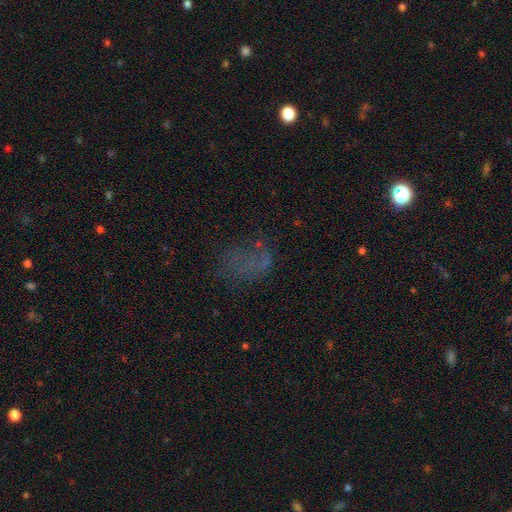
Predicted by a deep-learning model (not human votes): Smooth or featured?
  - smooth: 39% *
  - star or artifact: 32%
  - featured or disk: 28%
Merging?
  - none: 47% *
  - major disturbance: 31%
  - minor disturbance: 18%
  - merger: 5%